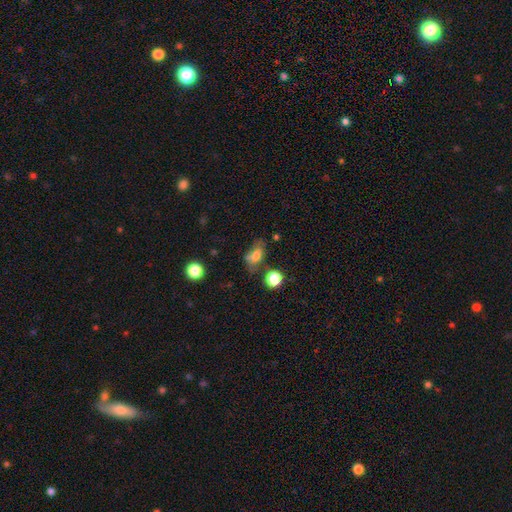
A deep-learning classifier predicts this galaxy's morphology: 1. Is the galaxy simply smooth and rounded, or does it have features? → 66% smooth, 22% featured or disk, 13% star or artifact.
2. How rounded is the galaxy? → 80% in between, 13% round, 7% cigar-shaped.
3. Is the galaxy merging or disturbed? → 51% none, 24% minor disturbance, 13% major disturbance, 12% merger.